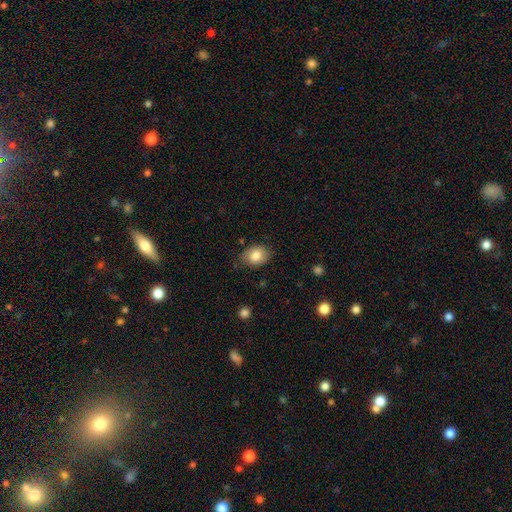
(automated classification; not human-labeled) smooth 82%, featured or disk 10%, star or artifact 8%. Down the decision tree: how rounded — in between (67%); merging — none (77%).